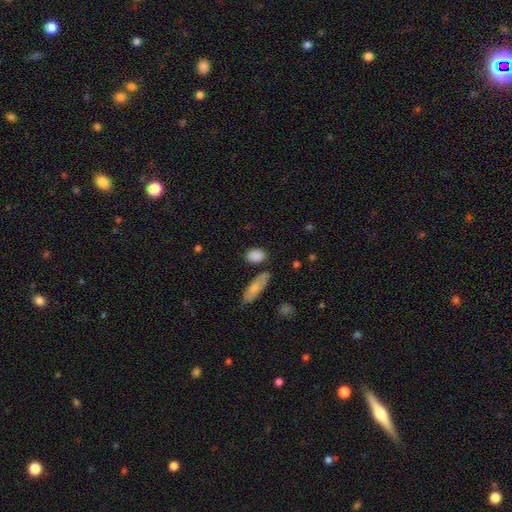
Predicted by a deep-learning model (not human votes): A smooth galaxy with no disk features (87%) that is in between round and cigar-shaped (70%). Merging: none (76%).